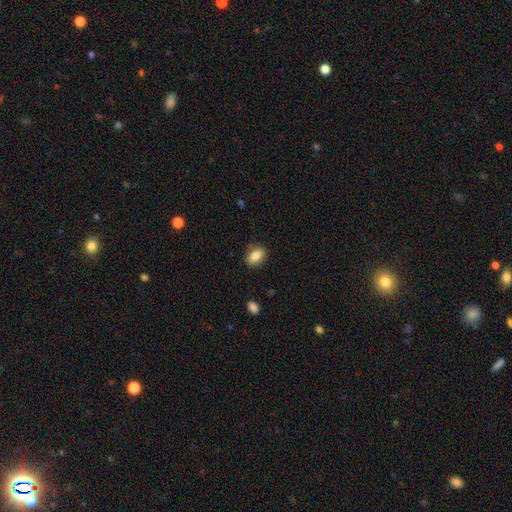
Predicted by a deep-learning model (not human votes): smooth-or-featured: smooth: 84% | featured or disk: 8% | star or artifact: 8%
  how-rounded: in between: 83% | round: 15% | cigar-shaped: 2%
  merging: none: 84% | minor disturbance: 12% | major disturbance: 3% | merger: 1%